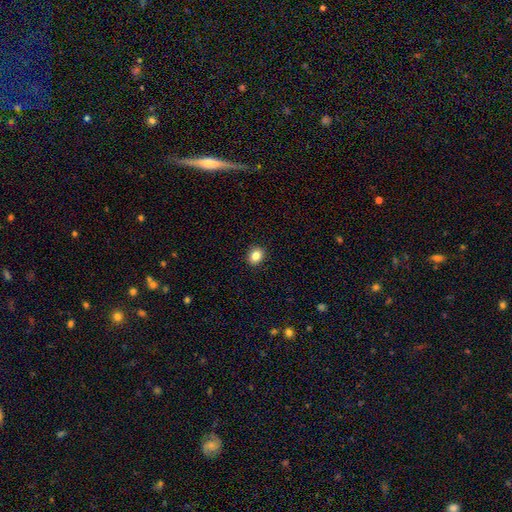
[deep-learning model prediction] Smooth or featured? Predicted: smooth (p=0.84). How rounded? Predicted: round (p=0.58). Merging? Predicted: none (p=0.92).